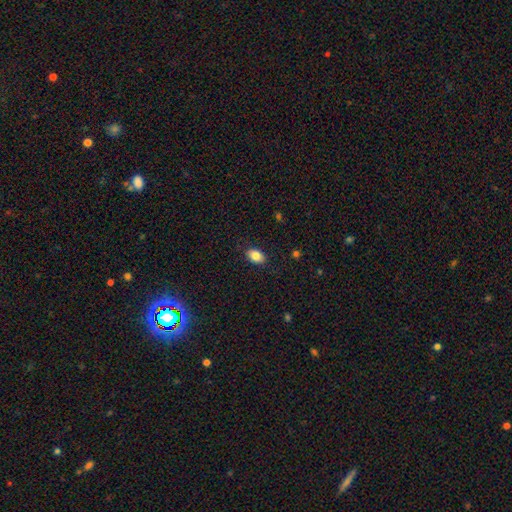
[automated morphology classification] smooth 85%, star or artifact 8%, featured or disk 7%. Down the decision tree: how rounded — in between (85%); merging — none (85%).